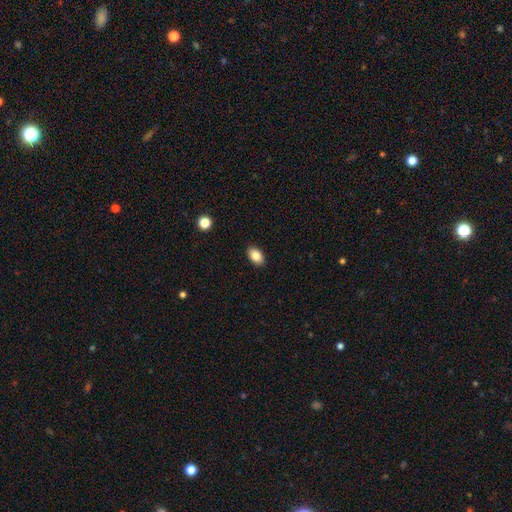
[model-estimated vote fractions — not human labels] Q: Smooth or featured?
A: smooth (85%); runner-up: star or artifact (8%)
Q: How rounded?
A: in between (90%); runner-up: round (9%)
Q: Merging?
A: none (89%); runner-up: minor disturbance (8%)